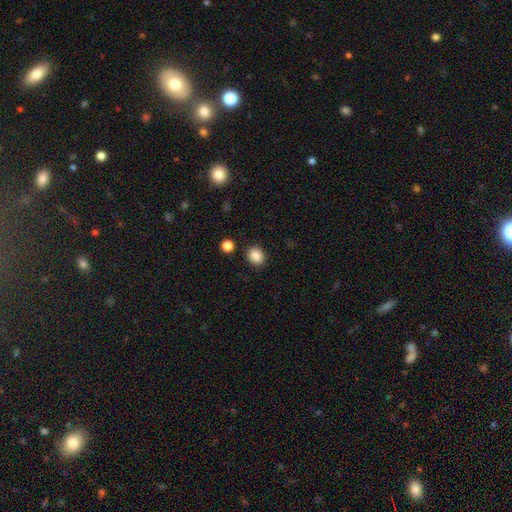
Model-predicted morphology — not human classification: smooth_or_featured: smooth (p=0.87) [alt: star or artifact p=0.09]
how_rounded: round (p=0.72) [alt: in between p=0.27]
merging: none (p=0.89) [alt: minor disturbance p=0.07]